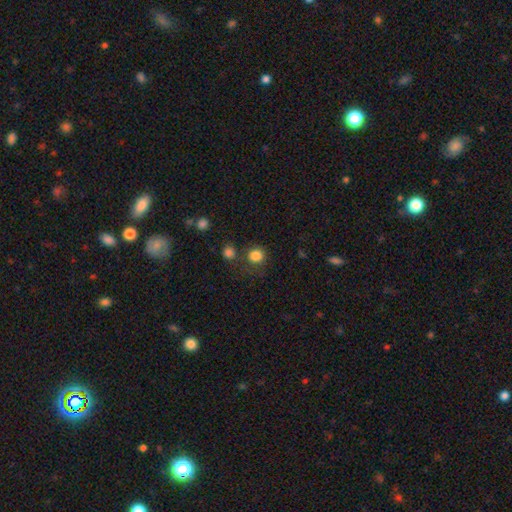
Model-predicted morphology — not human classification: Smooth or featured?
  - smooth: 83% *
  - star or artifact: 12%
  - featured or disk: 5%
How rounded?
  - round: 89% *
  - in between: 10%
  - cigar-shaped: 1%
Merging?
  - none: 74% *
  - minor disturbance: 11%
  - merger: 11%
  - major disturbance: 5%